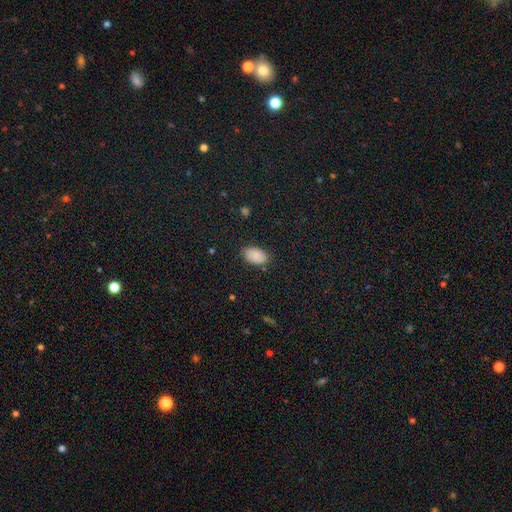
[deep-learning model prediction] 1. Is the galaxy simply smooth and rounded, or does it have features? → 87% smooth, 9% star or artifact, 4% featured or disk.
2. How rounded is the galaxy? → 93% in between, 6% round, 1% cigar-shaped.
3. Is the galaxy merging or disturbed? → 84% none, 12% minor disturbance, 3% major disturbance, 1% merger.